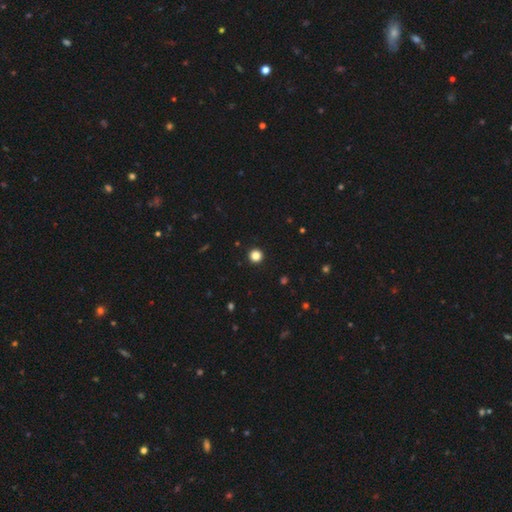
Smooth or featured? 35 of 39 (90%) said smooth. How rounded? 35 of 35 (100%) said round. Merging? 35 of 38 (92%) said none.